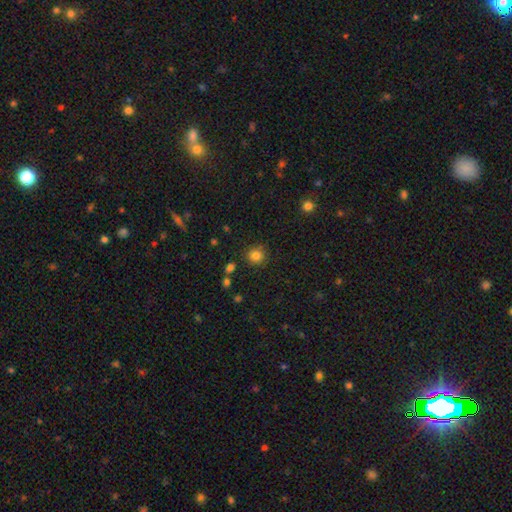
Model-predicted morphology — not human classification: A smooth galaxy with no disk features (83%) that is round (88%).

Vote fractions:
- Smooth or featured? smooth: 83% / star or artifact: 12% / featured or disk: 5%
- How rounded? round: 88% / in between: 11% / cigar-shaped: 1%
- Merging? none: 84% / minor disturbance: 10% / merger: 3% / major disturbance: 3%